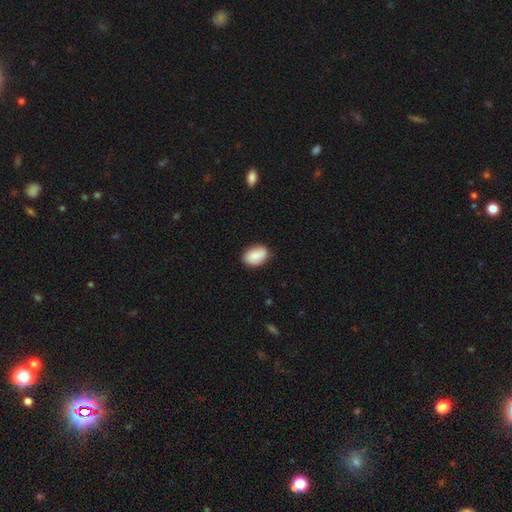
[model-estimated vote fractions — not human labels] Morphology: type=smooth (85%); roundness=in between (84%); merging=none (83%).